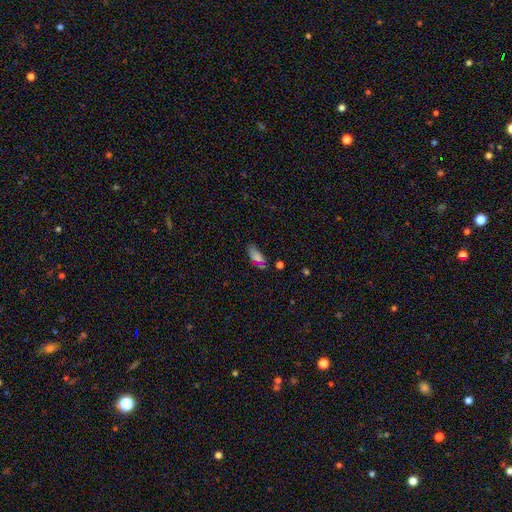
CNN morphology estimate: This appears to be a smooth galaxy with no disk features (57%) that is in between round and cigar-shaped (79%). Merging: none (64%).